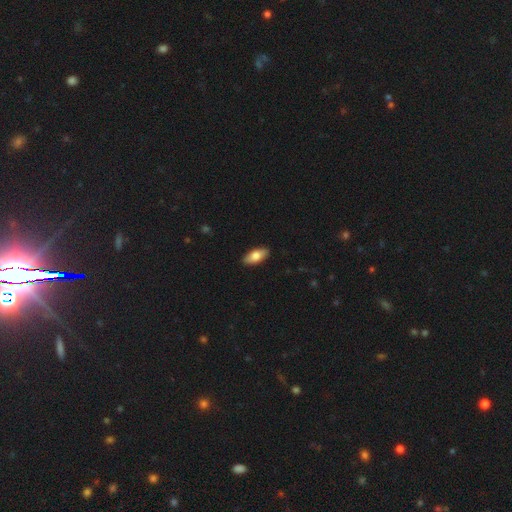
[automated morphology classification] Smooth or featured: smooth — 78% (featured or disk — 17%)
How rounded: in between — 86% (cigar-shaped — 12%)
Merging: none — 90% (minor disturbance — 8%)